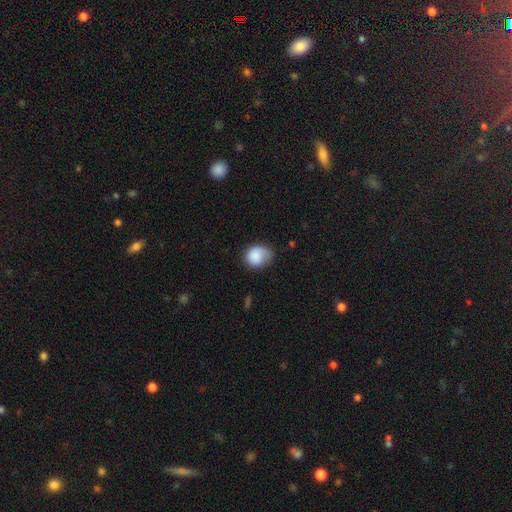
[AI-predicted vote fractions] Smooth or featured? smooth (80%)
How rounded? round (59%)
Merging? none (46%)